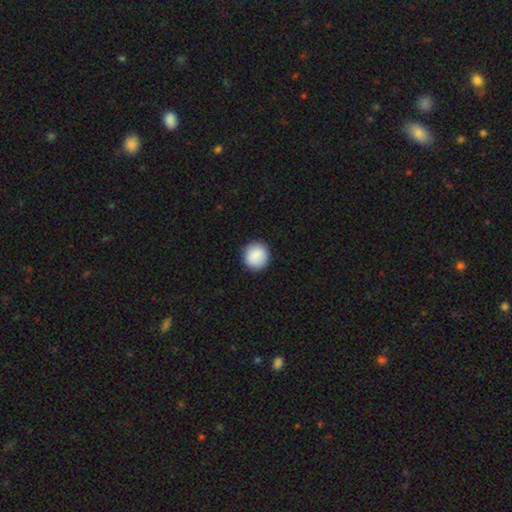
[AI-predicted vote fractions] Q: Smooth or featured?
A: smooth (89%); runner-up: star or artifact (7%)
Q: How rounded?
A: round (91%); runner-up: in between (8%)
Q: Merging?
A: none (91%); runner-up: minor disturbance (6%)